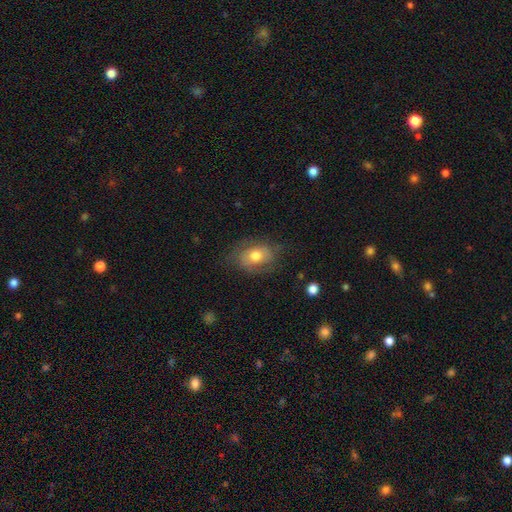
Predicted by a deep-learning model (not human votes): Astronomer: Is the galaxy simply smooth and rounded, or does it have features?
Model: smooth — 57% (runner-up: featured or disk, 34%).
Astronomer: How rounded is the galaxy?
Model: in between — 68%.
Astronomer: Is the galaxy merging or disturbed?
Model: none — 65%.